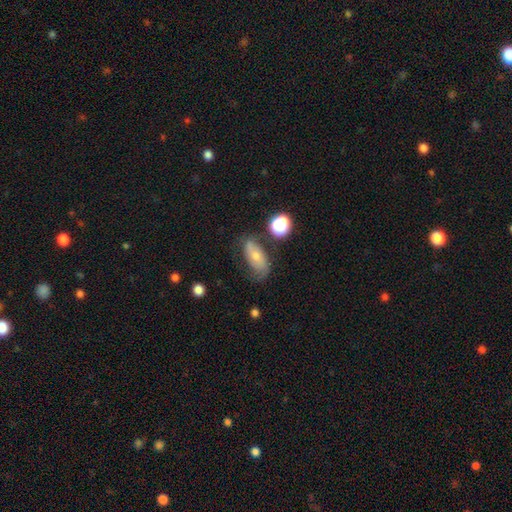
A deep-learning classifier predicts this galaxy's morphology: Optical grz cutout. It shows a smooth galaxy with no disk features (50%) that is in between round and cigar-shaped (83%). Merging: none (54%).